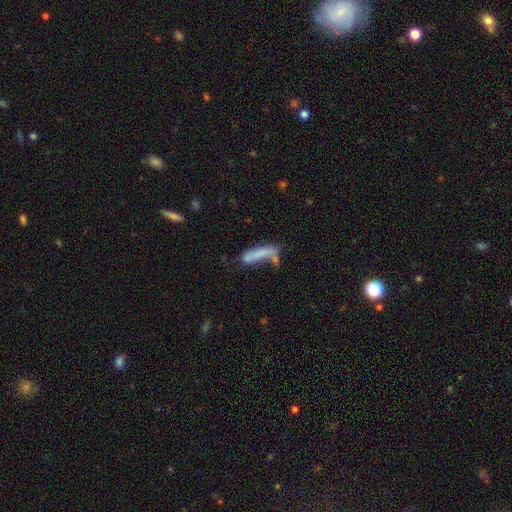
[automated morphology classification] smooth-or-featured: smooth: 64% | featured or disk: 26% | star or artifact: 10%
  how-rounded: cigar-shaped: 73% | in between: 25% | round: 2%
  merging: none: 33% | merger: 25% | major disturbance: 22% | minor disturbance: 21%